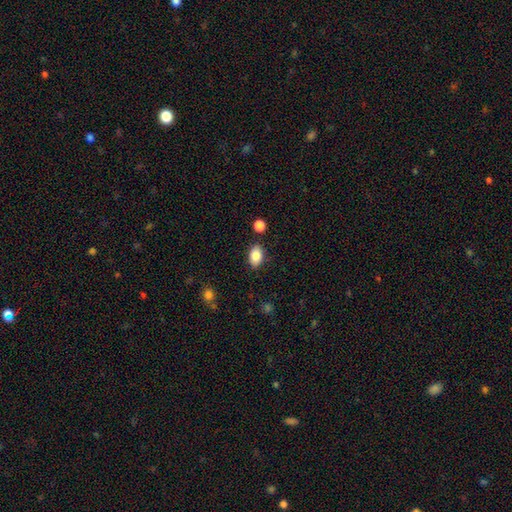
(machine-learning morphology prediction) type=smooth (86%); roundness=in between (88%); merging=none (84%).